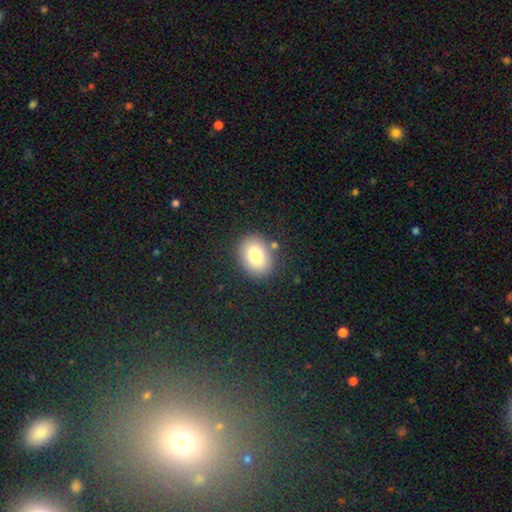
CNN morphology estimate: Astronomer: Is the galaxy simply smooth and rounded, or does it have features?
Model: smooth — 83%.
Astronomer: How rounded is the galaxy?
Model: in between — 67%.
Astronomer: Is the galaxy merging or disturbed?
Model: none — 82%.